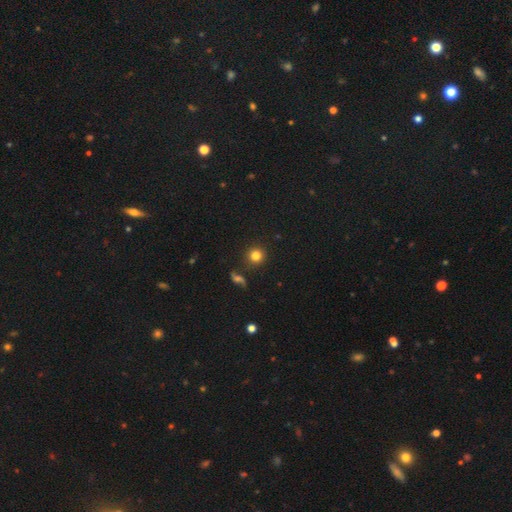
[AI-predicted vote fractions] A smooth galaxy with no disk features (81%) that is round (93%). Merging: none (86%).